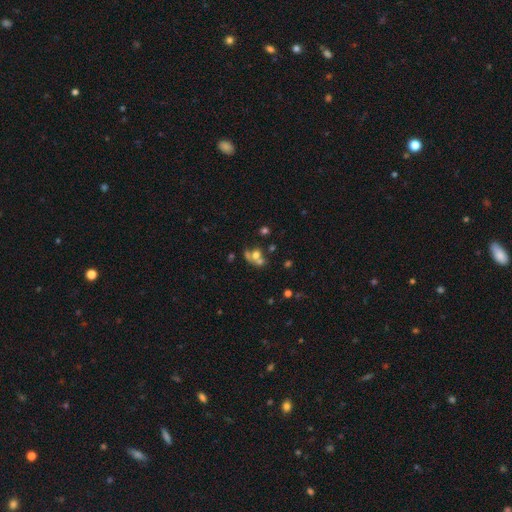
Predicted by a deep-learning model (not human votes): Smooth or featured? smooth (53%)
How rounded? round (60%)
Merging? merger (53%)